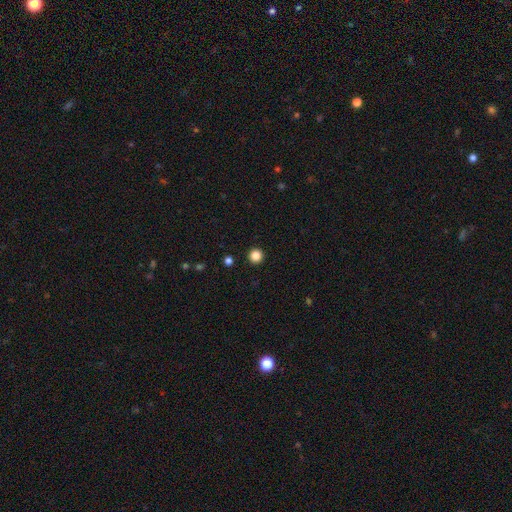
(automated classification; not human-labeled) A smooth galaxy with no disk features (86%) that is round (96%). Merging: none (94%).